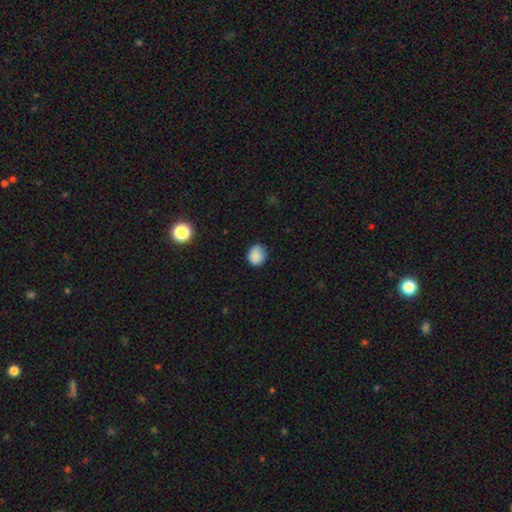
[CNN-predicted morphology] A smooth galaxy with no disk features (86%) that is round (72%). Merging: none (77%).